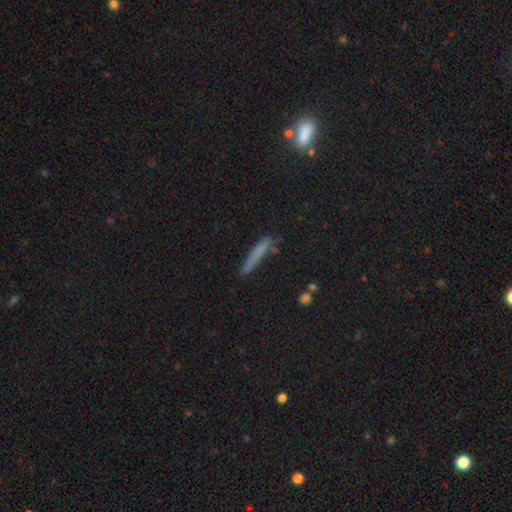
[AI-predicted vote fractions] Smooth or featured? smooth (73%)
How rounded? cigar-shaped (94%)
Merging? none (75%)